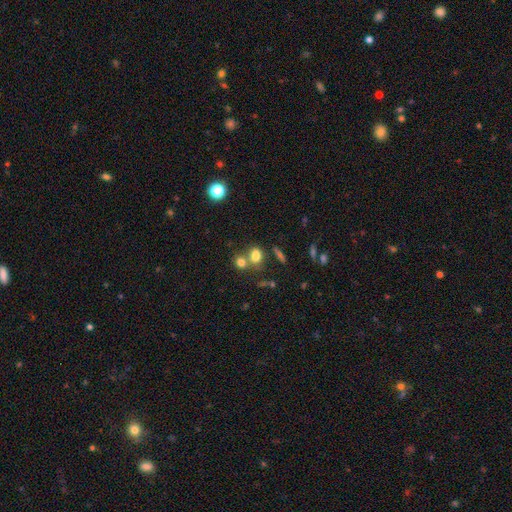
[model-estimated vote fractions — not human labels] A smooth galaxy with no disk features (77%) that is in between round and cigar-shaped (50%).

Vote fractions:
- Smooth or featured? smooth: 77% / star or artifact: 13% / featured or disk: 10%
- How rounded? in between: 50% / round: 49% / cigar-shaped: 2%
- Merging? none: 46% / merger: 39% / minor disturbance: 10% / major disturbance: 4%